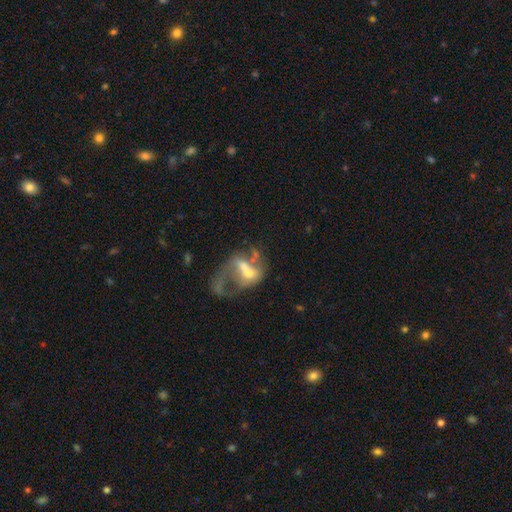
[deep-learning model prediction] The model was most divided on "merging": major disturbance: 34%, merger: 31%, none: 23%, minor disturbance: 12%. Remaining: edge-on disk — no (96%); smooth or featured — featured or disk (67%); spiral arms — yes (54%); bar — no (49%); bulge size — moderate (42%).